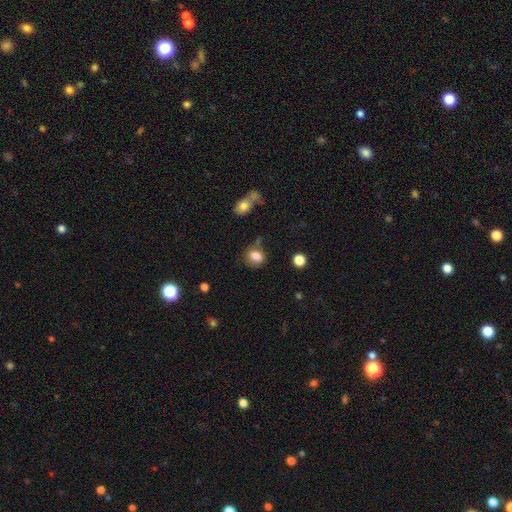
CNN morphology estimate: Smooth or featured? Predicted: smooth (p=0.82). How rounded? Predicted: round (p=0.58). Merging? Predicted: none (p=0.69).